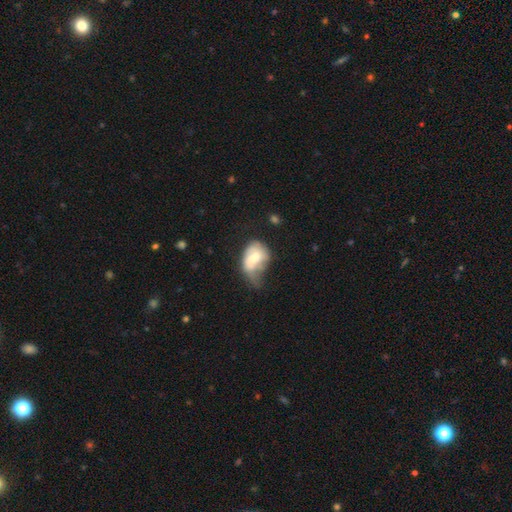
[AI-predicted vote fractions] This is possibly a smooth galaxy (55%). How rounded: likely in between (75%). Merging: marginally major disturbance (35%).